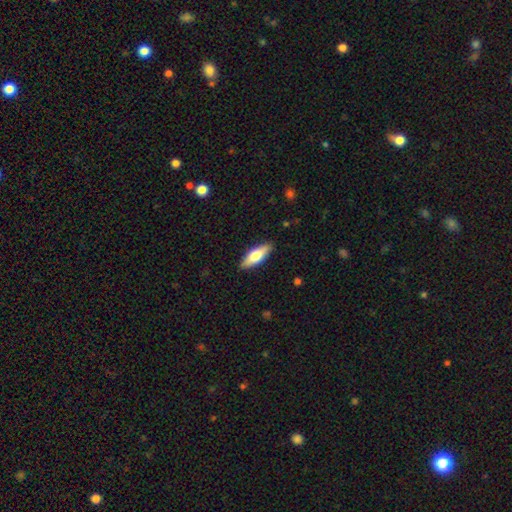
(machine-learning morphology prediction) This is likely a smooth galaxy (63%). How rounded: likely in between (63%). Merging: clearly none (89%).